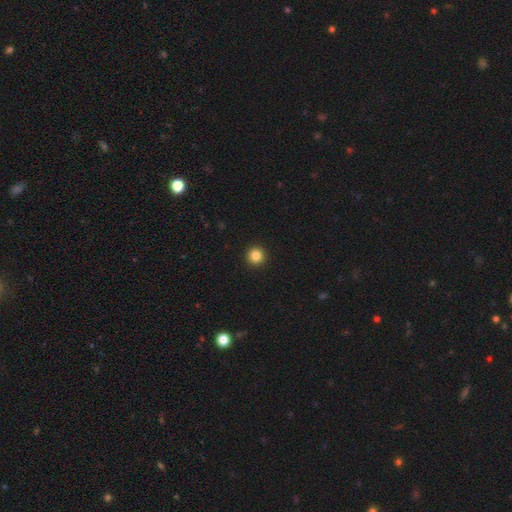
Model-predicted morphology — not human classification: smooth_or_featured: smooth (p=0.85) [alt: star or artifact p=0.11]
how_rounded: round (p=0.96) [alt: in between p=0.03]
merging: none (p=0.94) [alt: minor disturbance p=0.04]